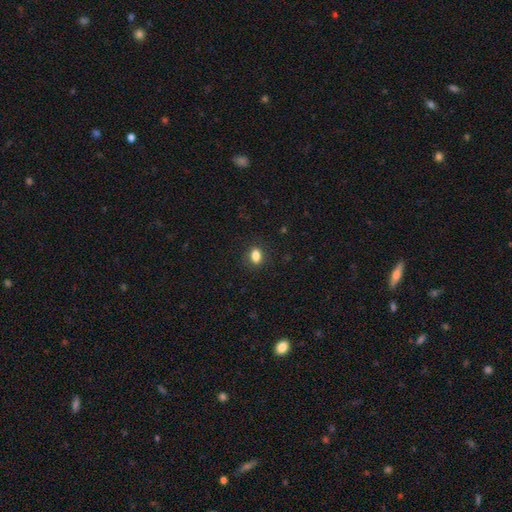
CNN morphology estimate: Smooth or featured?
  - smooth: 84% *
  - star or artifact: 11%
  - featured or disk: 6%
How rounded?
  - in between: 75% *
  - round: 23%
  - cigar-shaped: 3%
Merging?
  - none: 86% *
  - minor disturbance: 10%
  - major disturbance: 3%
  - merger: 1%